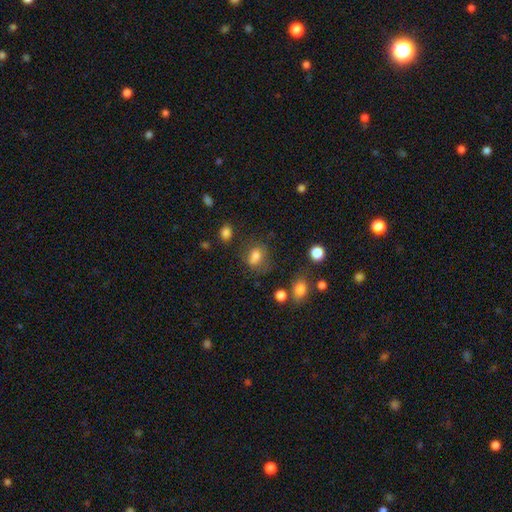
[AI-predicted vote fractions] A smooth galaxy with no disk features (76%) that is in between round and cigar-shaped (50%).

Vote fractions:
- Smooth or featured? smooth: 76% / star or artifact: 13% / featured or disk: 11%
- How rounded? in between: 50% / round: 48% / cigar-shaped: 1%
- Merging? none: 57% / minor disturbance: 22% / major disturbance: 11% / merger: 10%